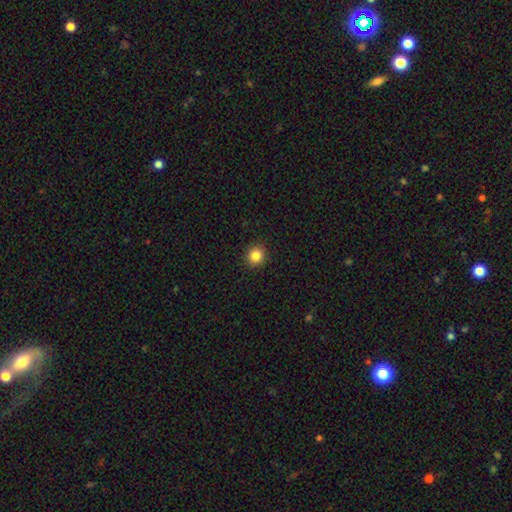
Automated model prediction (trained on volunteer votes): A smooth galaxy with no disk features (85%) that is round (90%).

Vote fractions:
- Smooth or featured? smooth: 85% / star or artifact: 11% / featured or disk: 4%
- How rounded? round: 90% / in between: 9% / cigar-shaped: 1%
- Merging? none: 92% / minor disturbance: 5% / major disturbance: 2% / merger: 1%